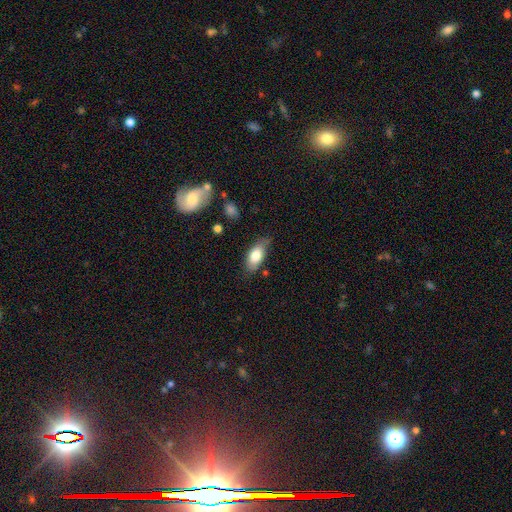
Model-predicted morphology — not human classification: Smooth or featured?
  - smooth: 77% *
  - featured or disk: 16%
  - star or artifact: 7%
How rounded?
  - in between: 85% *
  - cigar-shaped: 11%
  - round: 3%
Merging?
  - none: 67% *
  - minor disturbance: 25%
  - major disturbance: 5%
  - merger: 3%